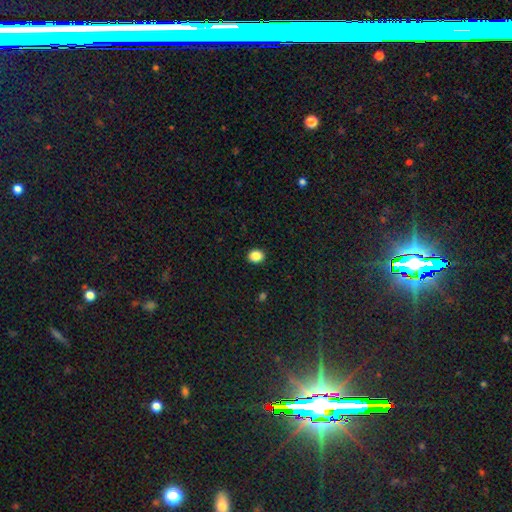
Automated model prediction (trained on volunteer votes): smooth_or_featured: smooth (p=0.86) [alt: star or artifact p=0.10]
how_rounded: round (p=0.66) [alt: in between p=0.33]
merging: none (p=0.92) [alt: minor disturbance p=0.05]